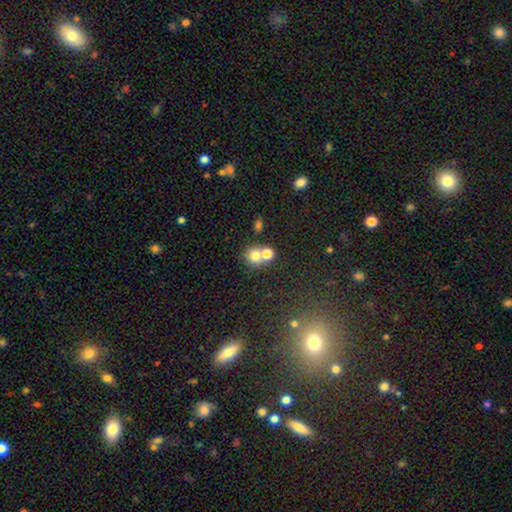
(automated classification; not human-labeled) A smooth galaxy with no disk features (73%) that is round (82%). Merging: none (46%).